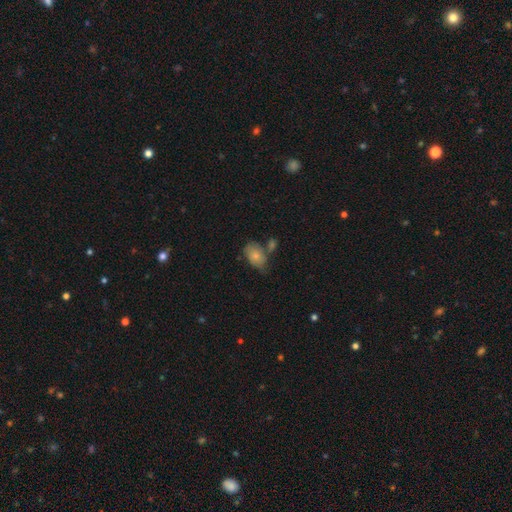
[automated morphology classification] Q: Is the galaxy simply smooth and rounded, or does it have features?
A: smooth — 74%.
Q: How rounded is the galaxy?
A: in between — 85%.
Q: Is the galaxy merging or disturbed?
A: none — 44%.